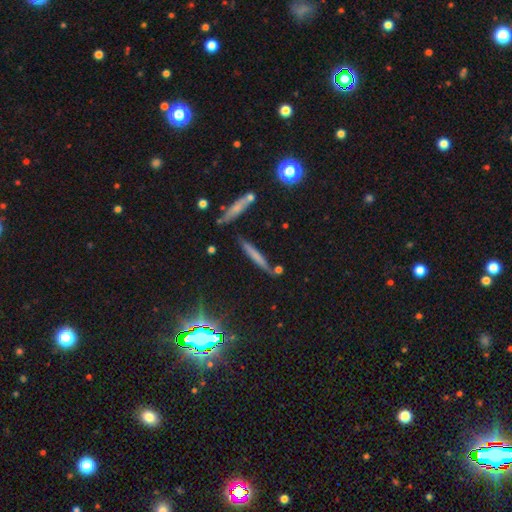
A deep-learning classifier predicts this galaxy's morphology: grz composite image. It shows a smooth galaxy with no disk features (54%) that is cigar-shaped (93%). Merging: none (76%).